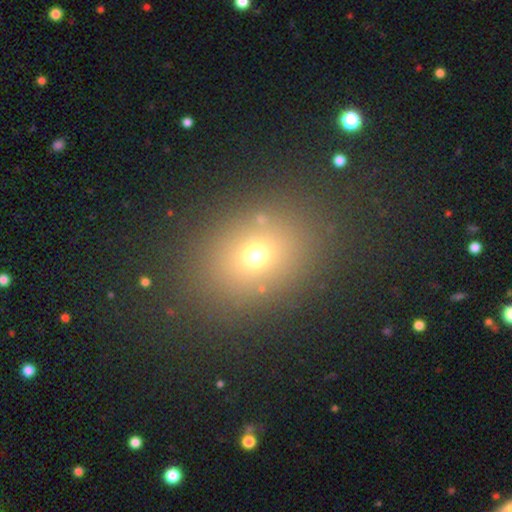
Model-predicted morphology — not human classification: Q: Smooth or featured?
A: smooth (66%); runner-up: star or artifact (22%)
Q: How rounded?
A: in between (51%); runner-up: round (48%)
Q: Merging?
A: none (83%); runner-up: minor disturbance (9%)